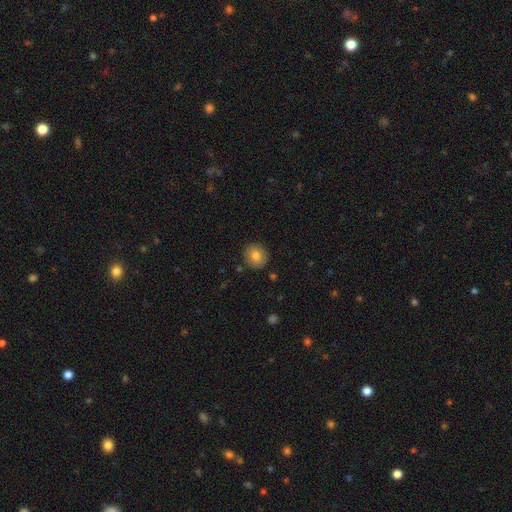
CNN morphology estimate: smooth_or_featured: smooth (p=0.80) [alt: featured or disk p=0.11]
how_rounded: round (p=0.86) [alt: in between p=0.13]
merging: none (p=0.89) [alt: minor disturbance p=0.08]